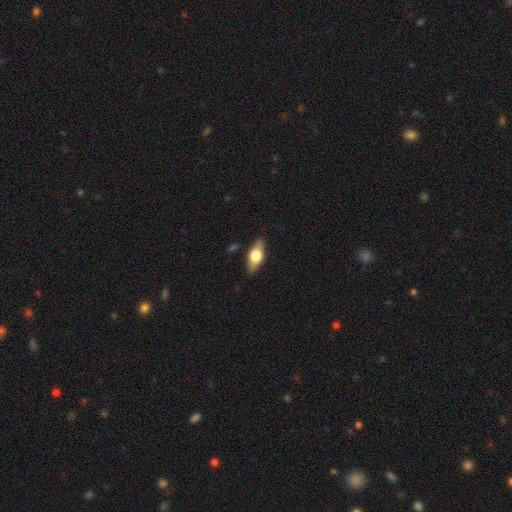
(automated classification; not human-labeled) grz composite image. It shows a smooth galaxy with no disk features (61%) that is in between round and cigar-shaped (78%). Merging: none (85%).